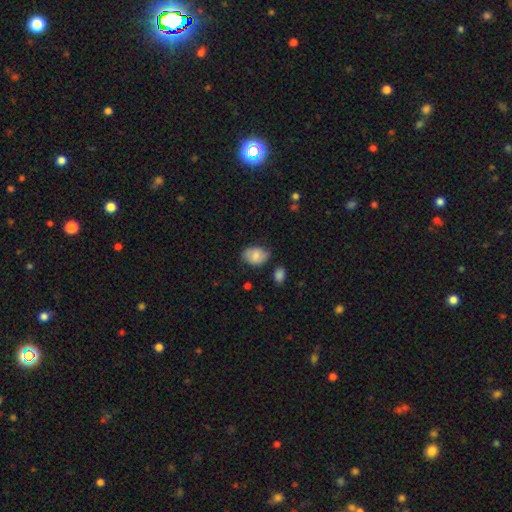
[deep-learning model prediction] Q: Smooth or featured?
A: smooth (80%); runner-up: featured or disk (13%)
Q: How rounded?
A: in between (81%); runner-up: round (18%)
Q: Merging?
A: none (71%); runner-up: minor disturbance (22%)